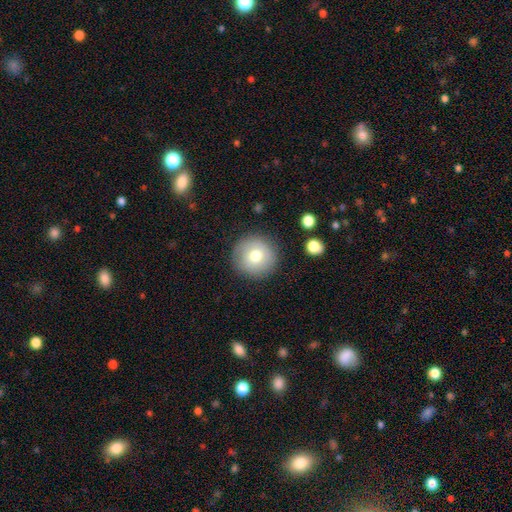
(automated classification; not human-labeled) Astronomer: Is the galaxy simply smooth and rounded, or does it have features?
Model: smooth — 73%.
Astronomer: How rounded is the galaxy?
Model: round — 96%.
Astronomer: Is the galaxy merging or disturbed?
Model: none — 88%.